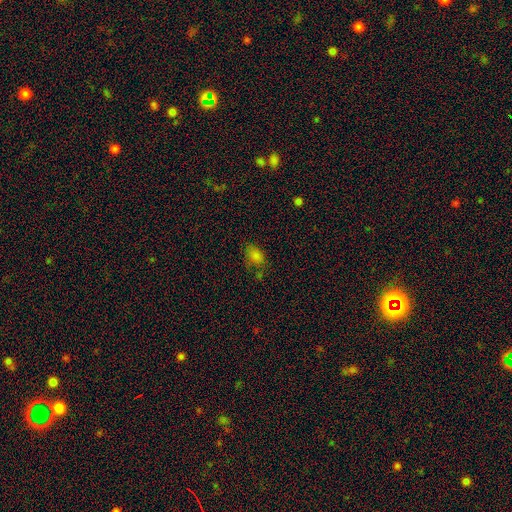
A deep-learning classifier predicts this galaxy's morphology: type=smooth (76%); roundness=in between (80%); merging=none (63%).